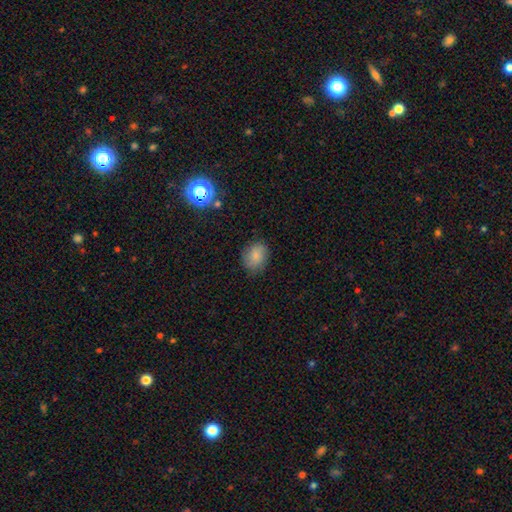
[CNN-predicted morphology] Smooth or featured? smooth (80%)
How rounded? round (50%)
Merging? none (80%)